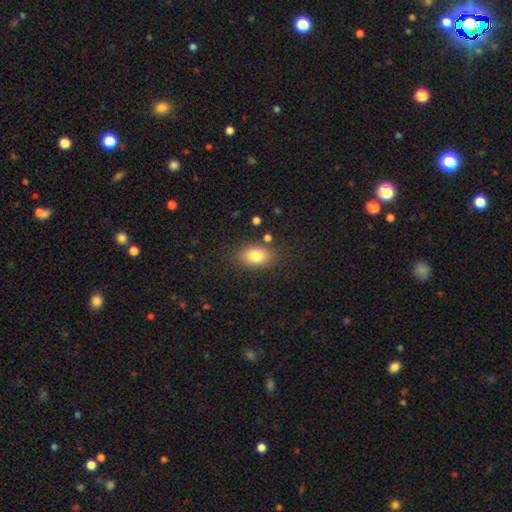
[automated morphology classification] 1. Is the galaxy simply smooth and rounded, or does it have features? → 81% smooth, 10% featured or disk, 9% star or artifact.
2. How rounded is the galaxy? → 80% in between, 18% round, 2% cigar-shaped.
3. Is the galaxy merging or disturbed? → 80% none, 12% minor disturbance, 4% major disturbance, 4% merger.